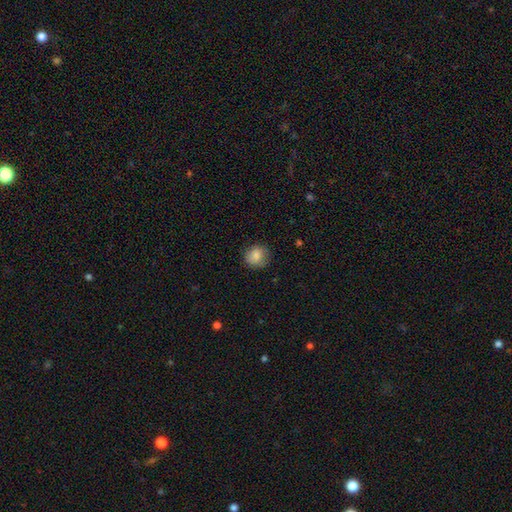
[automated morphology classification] This is clearly a smooth galaxy (85%). How rounded: clearly round (81%). Merging: clearly none (80%).